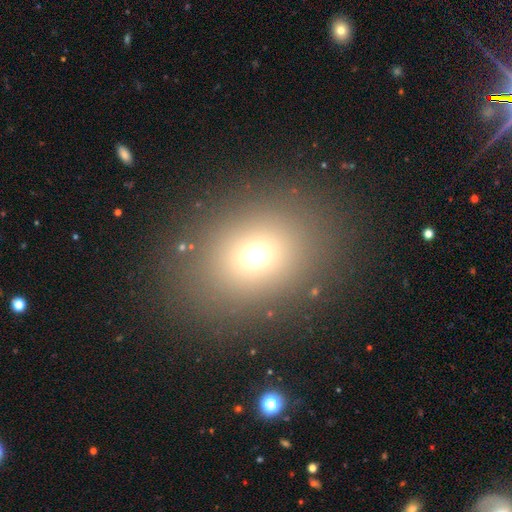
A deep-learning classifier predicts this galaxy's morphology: Smooth or featured? smooth (68%)
How rounded? round (52%)
Merging? none (86%)